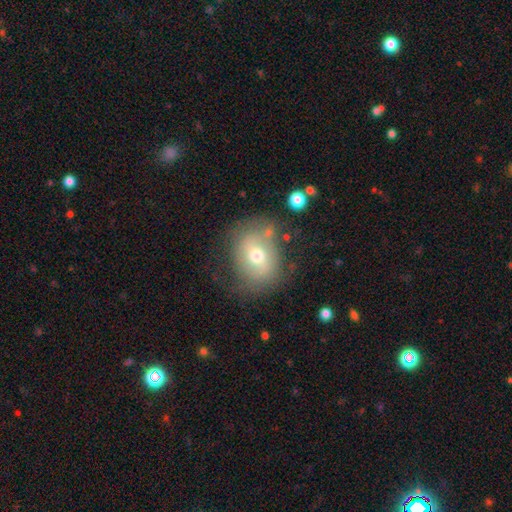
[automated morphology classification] This appears to be a smooth galaxy with no disk features (51%) that is round (55%). Merging: none (66%).